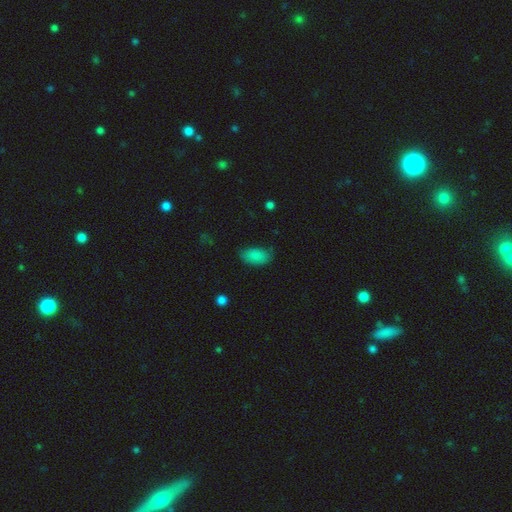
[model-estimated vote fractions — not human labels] Smooth or featured? smooth (86%)
How rounded? in between (93%)
Merging? none (68%)